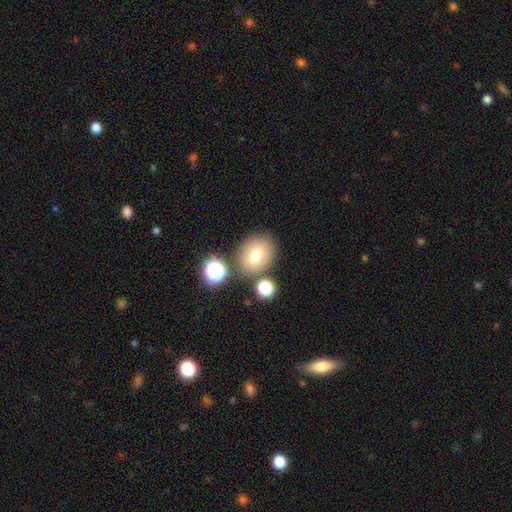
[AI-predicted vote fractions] Morphology: type=smooth (69%); roundness=round (52%); merging=none (74%).